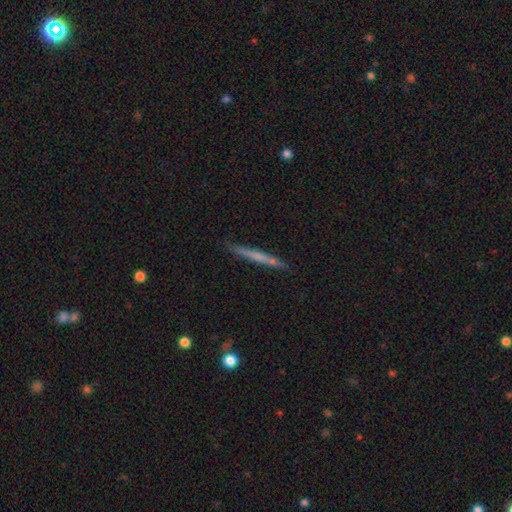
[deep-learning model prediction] Smooth or featured?
  - smooth: 55% *
  - featured or disk: 39%
  - star or artifact: 6%
How rounded?
  - cigar-shaped: 96% *
  - in between: 2%
  - round: 2%
Merging?
  - none: 85% *
  - minor disturbance: 11%
  - major disturbance: 2%
  - merger: 2%